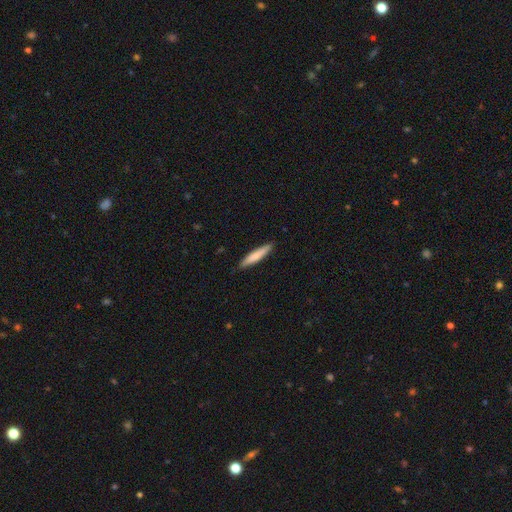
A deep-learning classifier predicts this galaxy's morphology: smooth 74%, featured or disk 21%, star or artifact 5%. Down the decision tree: how rounded — cigar-shaped (89%); merging — none (87%).